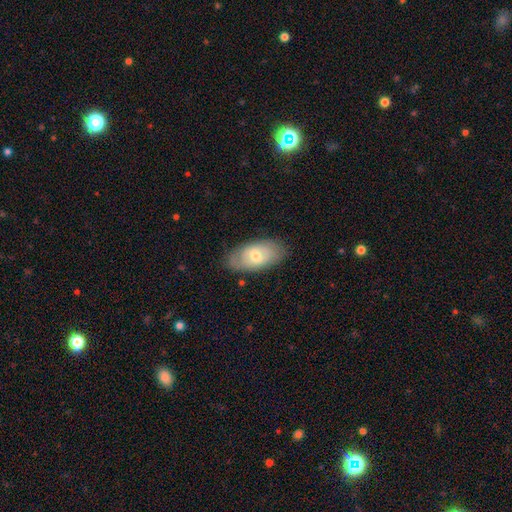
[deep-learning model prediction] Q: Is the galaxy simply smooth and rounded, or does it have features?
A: smooth — 55%.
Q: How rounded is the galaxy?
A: in between — 92%.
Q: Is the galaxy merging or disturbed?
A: none — 79%.